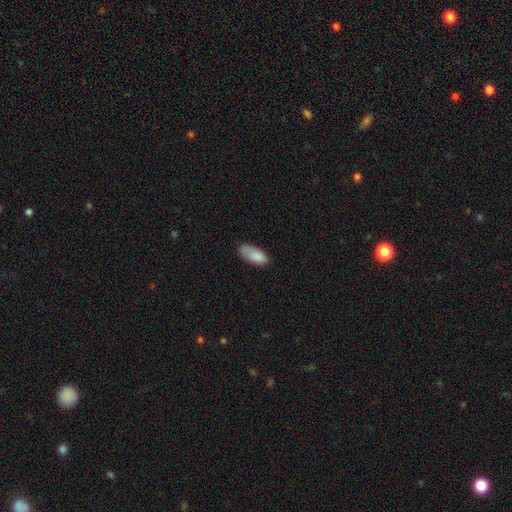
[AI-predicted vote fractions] smooth 85%, featured or disk 8%, star or artifact 7%. Down the decision tree: how rounded — in between (85%); merging — none (62%).